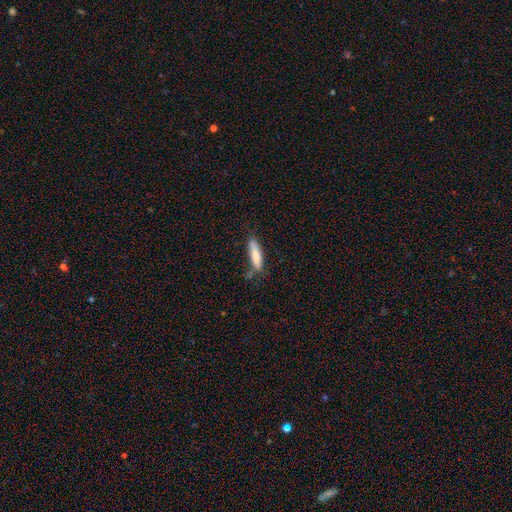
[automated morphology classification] Smooth or featured?
  - smooth: 81% *
  - featured or disk: 13%
  - star or artifact: 6%
How rounded?
  - cigar-shaped: 72% *
  - in between: 26%
  - round: 1%
Merging?
  - none: 61% *
  - minor disturbance: 26%
  - major disturbance: 8%
  - merger: 5%